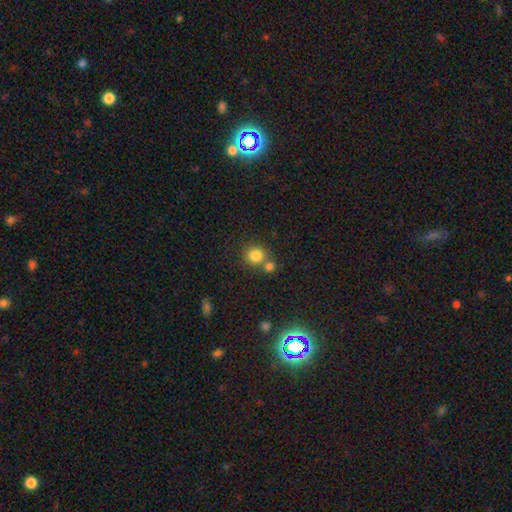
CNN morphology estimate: Smooth or featured: smooth — 81% (star or artifact — 12%)
How rounded: round — 88% (in between — 11%)
Merging: none — 59% (merger — 31%)